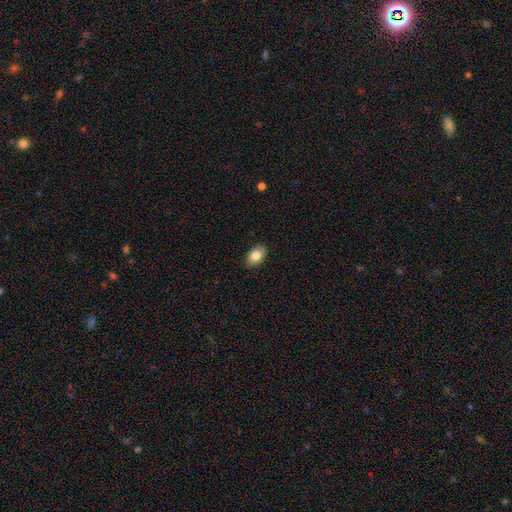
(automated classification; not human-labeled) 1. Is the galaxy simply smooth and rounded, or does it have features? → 80% smooth, 13% featured or disk, 7% star or artifact.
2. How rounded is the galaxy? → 89% in between, 10% round, 1% cigar-shaped.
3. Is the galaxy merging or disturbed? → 89% none, 9% minor disturbance, 2% major disturbance, 1% merger.